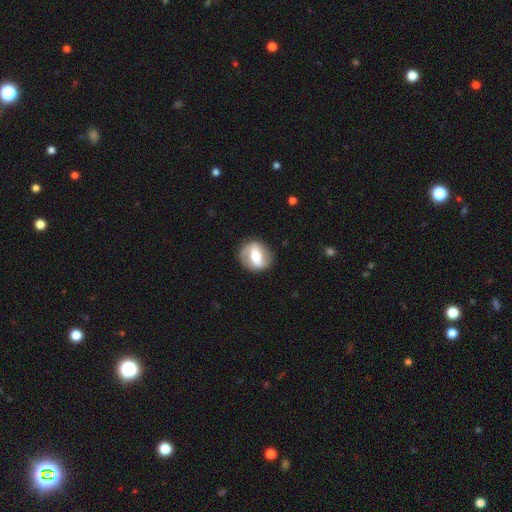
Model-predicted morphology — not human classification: This is possibly a featured or disk galaxy (60%). It is clearly not viewed edge-on (92%). Bar: possibly strong (54%). Spiral arm pattern: possibly yes (52%). Central bulge: likely moderate (65%). Merging: clearly none (85%).